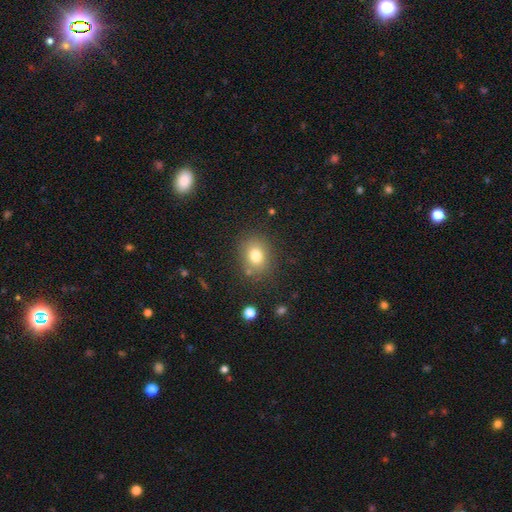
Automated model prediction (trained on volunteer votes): Smooth or featured? Predicted: smooth (p=0.78). How rounded? Predicted: round (p=0.53). Merging? Predicted: none (p=0.80).